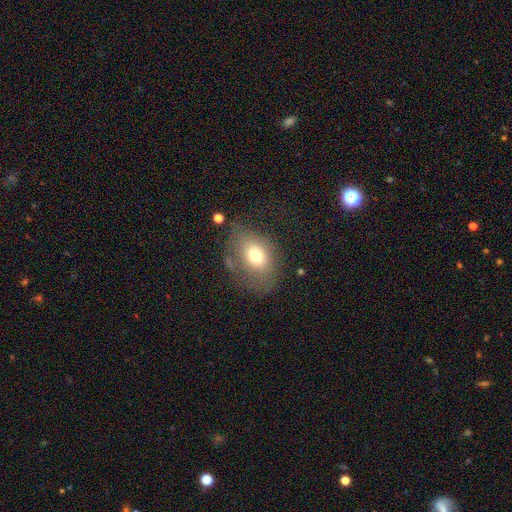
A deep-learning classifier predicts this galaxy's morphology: This is likely a smooth galaxy (69%). How rounded: likely in between (74%). Merging: possibly none (53%).